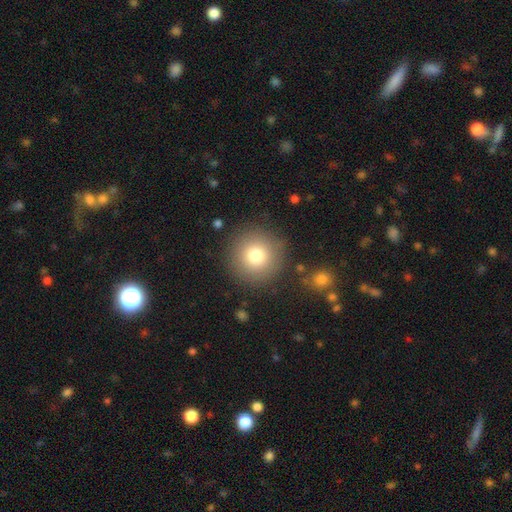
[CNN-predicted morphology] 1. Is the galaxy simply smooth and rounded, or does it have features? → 78% smooth, 11% star or artifact, 11% featured or disk.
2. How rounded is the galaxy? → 96% round, 3% in between, 1% cigar-shaped.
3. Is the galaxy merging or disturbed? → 88% none, 7% minor disturbance, 3% major disturbance, 2% merger.